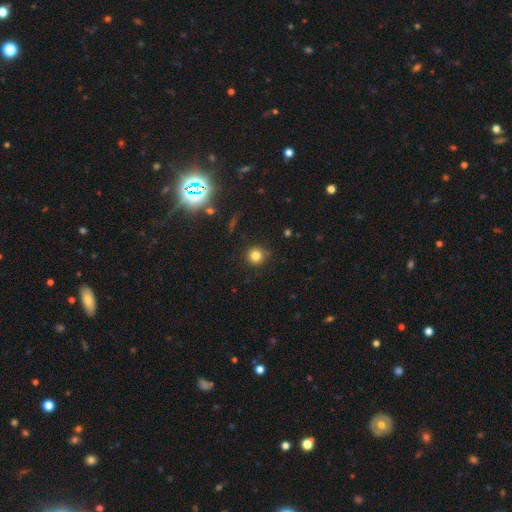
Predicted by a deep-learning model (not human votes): This appears to be a smooth galaxy with no disk features (80%) that is round (94%). Merging: none (87%).